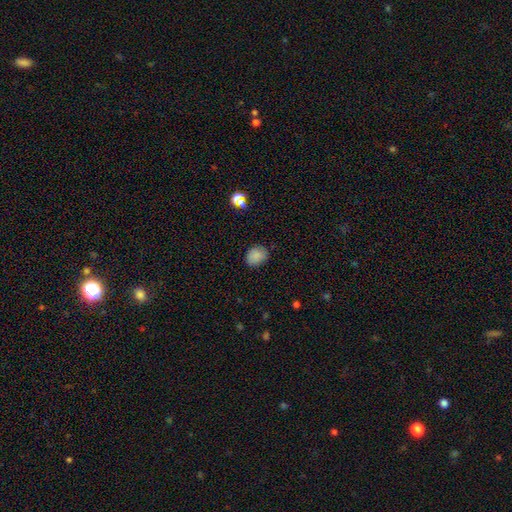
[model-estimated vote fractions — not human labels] Morphology: type=smooth (83%); roundness=in between (51%); merging=none (82%).